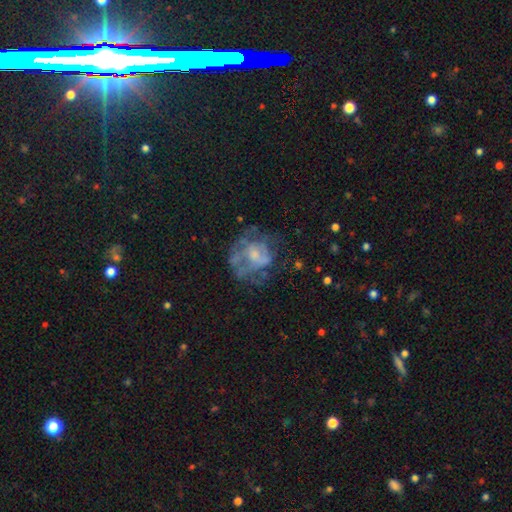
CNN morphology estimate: Smooth or featured? featured or disk (62%)
Edge-on disk? no (98%)
Bar? no (80%)
Spiral arms? no (67%)
Bulge size? small (39%)
Merging? none (45%)